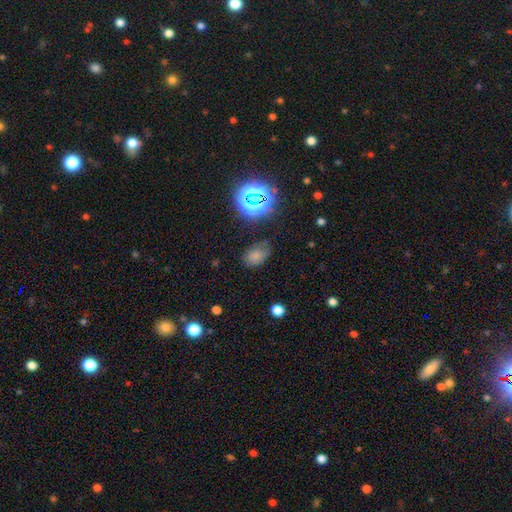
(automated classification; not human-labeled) smooth-or-featured: smooth: 69% | star or artifact: 22% | featured or disk: 9%
  how-rounded: in between: 82% | round: 17% | cigar-shaped: 1%
  merging: none: 65% | minor disturbance: 24% | major disturbance: 8% | merger: 3%